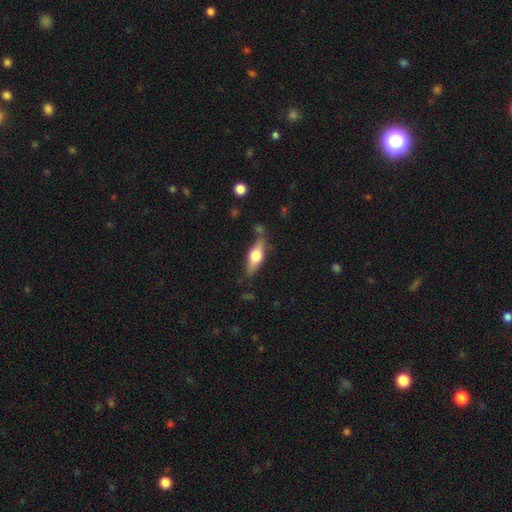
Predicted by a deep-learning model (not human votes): Smooth or featured? featured or disk (48%)
Merging? none (72%)